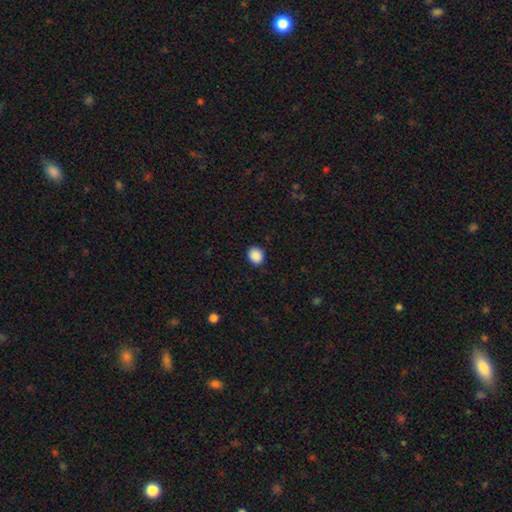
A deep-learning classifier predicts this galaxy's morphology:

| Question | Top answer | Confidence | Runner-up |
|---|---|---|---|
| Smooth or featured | smooth | 89% | star or artifact (8%) |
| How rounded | round | 65% | in between (34%) |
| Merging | none | 89% | minor disturbance (8%) |